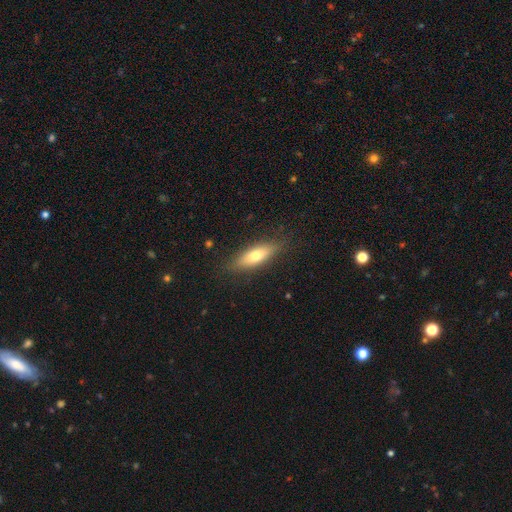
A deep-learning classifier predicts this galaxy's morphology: smooth 66%, featured or disk 28%, star or artifact 7%. Down the decision tree: how rounded — in between (50%); merging — none (86%).